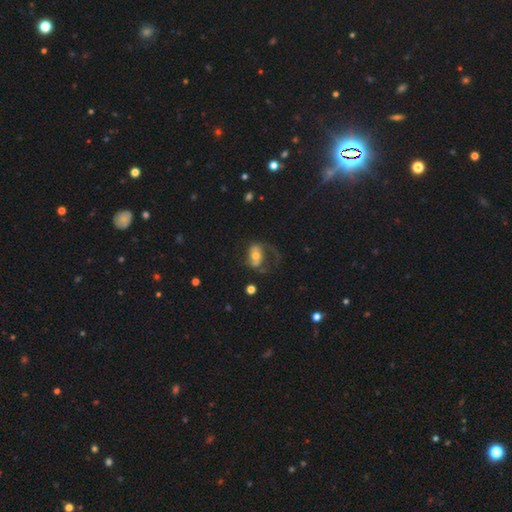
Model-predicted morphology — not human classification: featured or disk 57%, smooth 35%, star or artifact 9%. Down the decision tree: edge-on disk — no (95%); bar — no (56%); spiral arms — yes (72%); bulge size — moderate (64%); merging — major disturbance (41%).